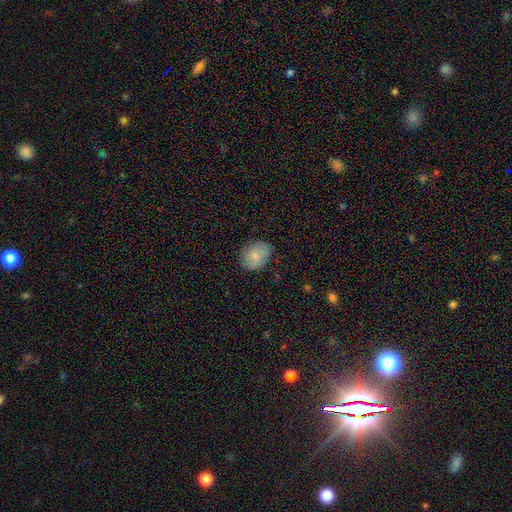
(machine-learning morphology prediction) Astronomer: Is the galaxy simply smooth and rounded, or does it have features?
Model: smooth — 81%.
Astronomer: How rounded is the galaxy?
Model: in between — 65%.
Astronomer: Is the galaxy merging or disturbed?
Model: none — 74%.